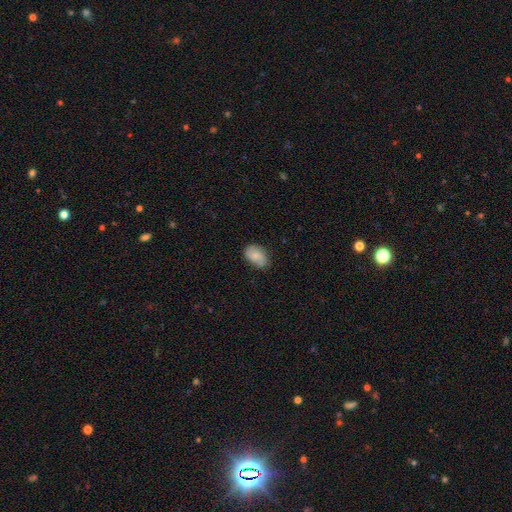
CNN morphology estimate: Smooth or featured? Predicted: smooth (p=0.71). How rounded? Predicted: in between (p=0.83). Merging? Predicted: none (p=0.64).